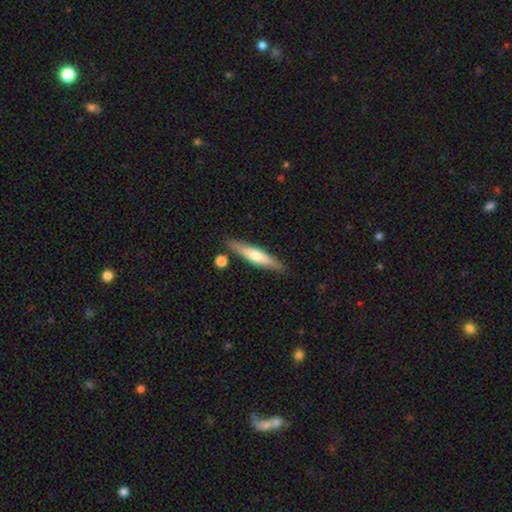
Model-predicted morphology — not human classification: A smooth galaxy with no disk features (53%) that is cigar-shaped (86%).

Vote fractions:
- Smooth or featured? smooth: 53% / featured or disk: 41% / star or artifact: 6%
- How rounded? cigar-shaped: 86% / in between: 13% / round: 2%
- Merging? none: 83% / minor disturbance: 11% / merger: 5% / major disturbance: 2%